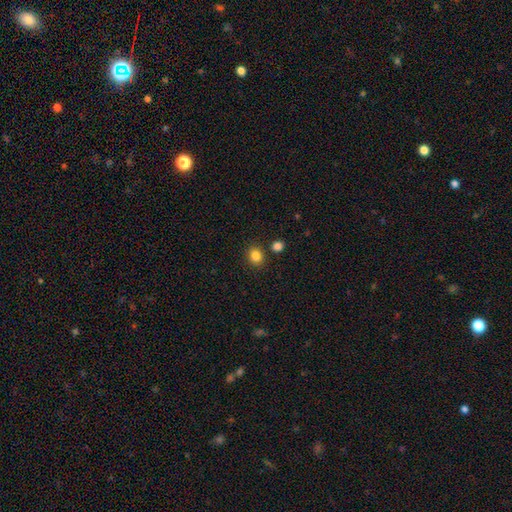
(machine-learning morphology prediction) Overall: smooth (85%). How rounded: round (72%). Merging: none (84%).